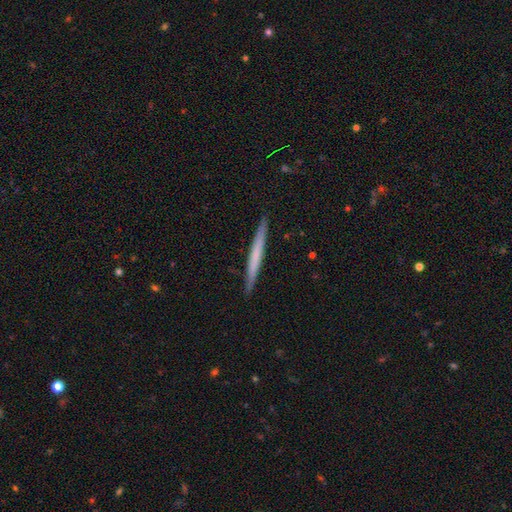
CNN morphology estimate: A smooth galaxy with no disk features (52%) that is cigar-shaped (97%). Merging: none (92%).